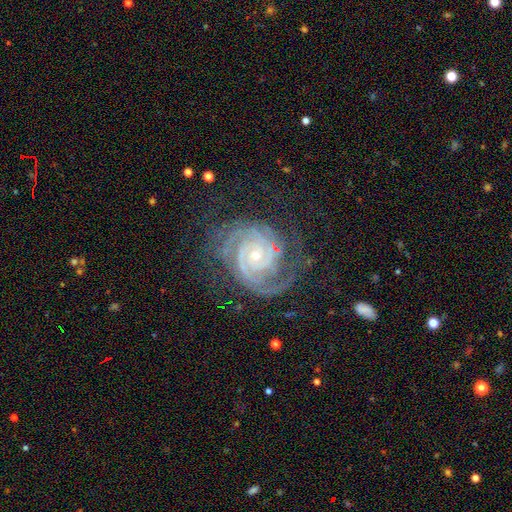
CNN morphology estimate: type=featured or disk (91%); edge-on=no (98%); bar=no (72%); spiral arms=yes (99%); winding=tight (76%); arm count=2 (44%); bulge=small (74%); merging=none (67%).